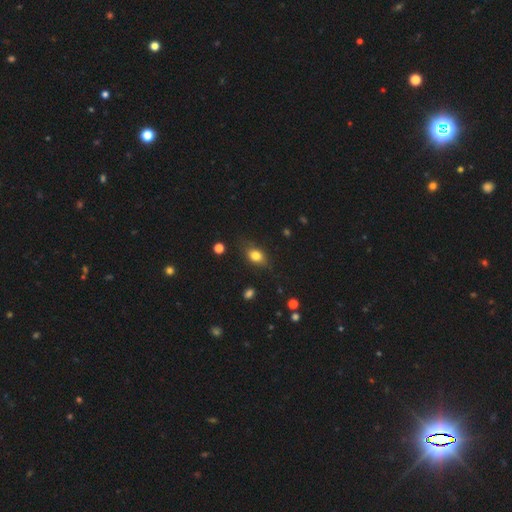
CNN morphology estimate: A smooth galaxy with no disk features (77%) that is in between round and cigar-shaped (70%). Merging: none (74%).